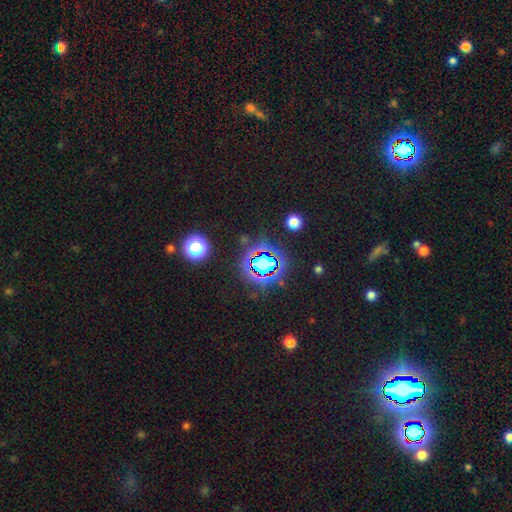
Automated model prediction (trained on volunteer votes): This is likely a star or artifact rather than a galaxy (80%).